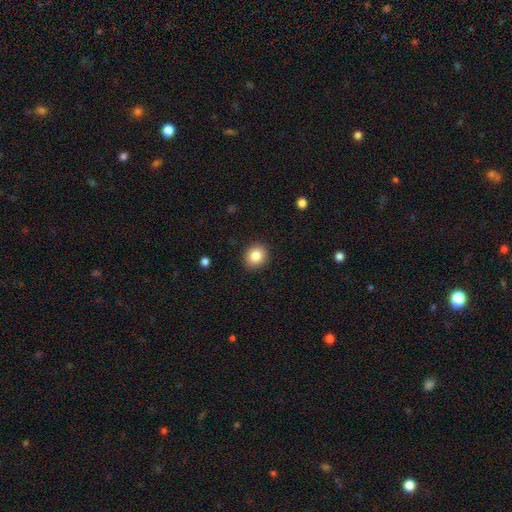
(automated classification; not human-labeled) This appears to be a smooth galaxy with no disk features (85%) that is round (70%). Merging: none (90%).